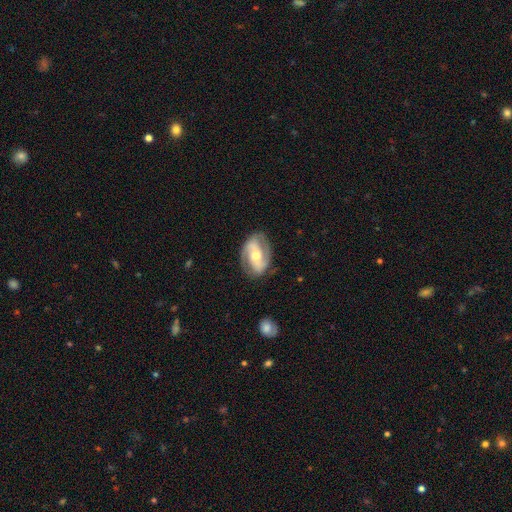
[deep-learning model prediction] A featured or disk galaxy (79%) with no bar (39%), 2 (85%) medium (46%) spiral arms (90%) and a moderate central bulge (65%).

Vote fractions:
- Smooth or featured? featured or disk: 79% / smooth: 15% / star or artifact: 5%
- Edge-on disk? no: 96% / yes: 4%
- Bar? no: 39% / weak: 36% / strong: 25%
- Spiral arms? yes: 90% / no: 10%
- Spiral winding? medium: 46% / tight: 27% / loose: 27%
- Spiral arm count? 2: 85% / can't tell: 7% / 3: 3% / 1: 2% / 4: 1% / more than 4: 1%
- Bulge size? moderate: 65% / small: 28% / large: 5% / none: 1% / dominant: 1%
- Merging? none: 77% / minor disturbance: 16% / major disturbance: 6% / merger: 1%